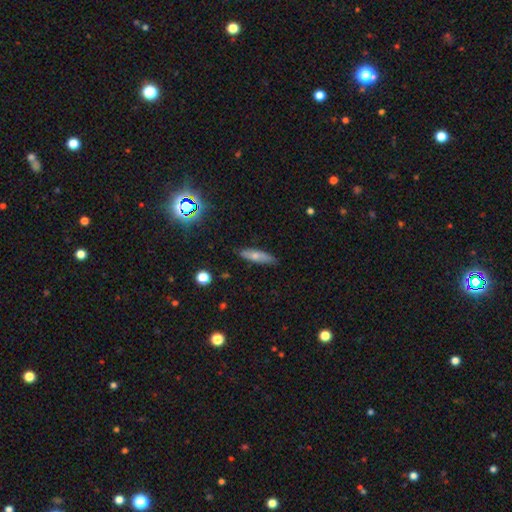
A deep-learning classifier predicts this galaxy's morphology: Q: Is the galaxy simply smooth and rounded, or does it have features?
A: smooth — 66%.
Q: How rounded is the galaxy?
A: cigar-shaped — 65%.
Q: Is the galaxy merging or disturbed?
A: none — 83%.